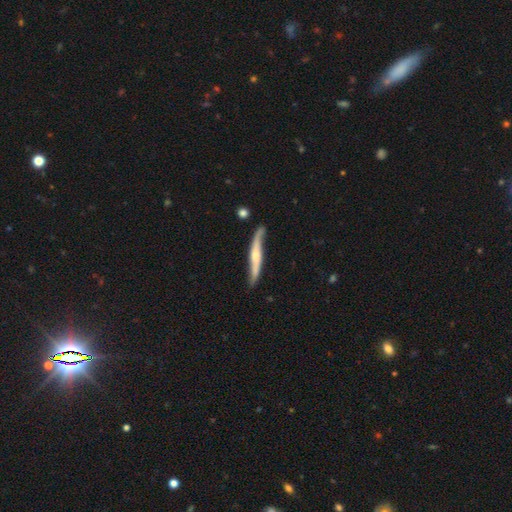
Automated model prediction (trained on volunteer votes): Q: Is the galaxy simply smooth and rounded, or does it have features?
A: featured or disk — 64%.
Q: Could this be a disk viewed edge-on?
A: yes — 73%.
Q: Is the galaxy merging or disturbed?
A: none — 67%.